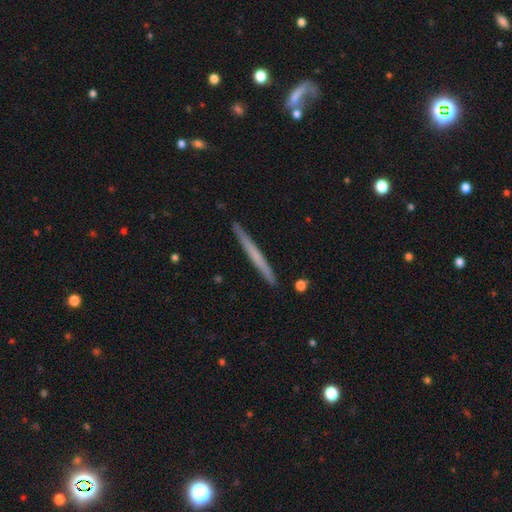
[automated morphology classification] Overall: smooth (50%; featured or disk 44%). How rounded: cigar-shaped (97%). Merging: none (91%).